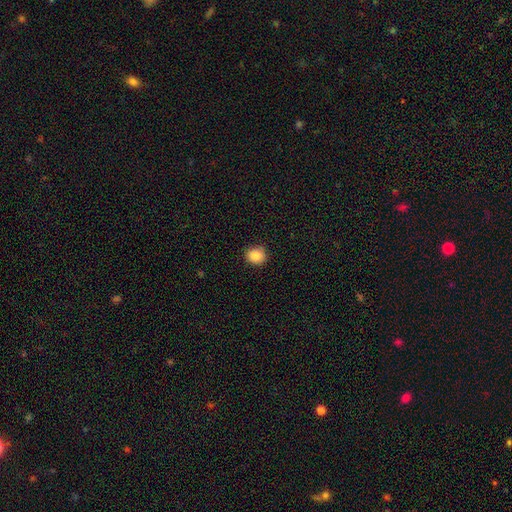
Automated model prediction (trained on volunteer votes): smooth_or_featured: smooth (p=0.88) [alt: star or artifact p=0.09]
how_rounded: round (p=0.77) [alt: in between p=0.22]
merging: none (p=0.87) [alt: minor disturbance p=0.10]